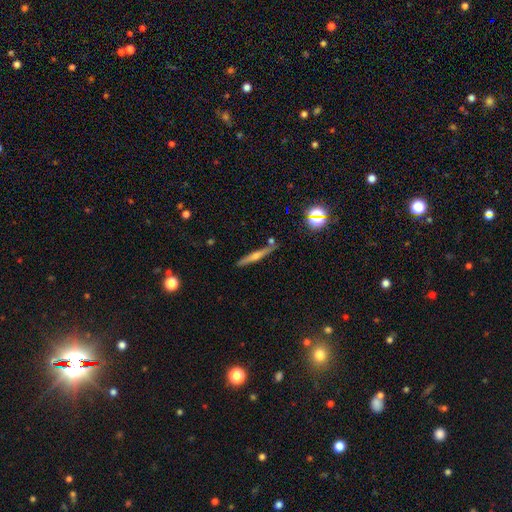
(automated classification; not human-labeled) Smooth or featured?
  - featured or disk: 64% *
  - smooth: 25%
  - star or artifact: 11%
Edge-on disk?
  - yes: 96% *
  - no: 4%
Edge-on bulge?
  - rounded: 82% *
  - none: 12%
  - boxy: 5%
Merging?
  - none: 84% *
  - minor disturbance: 10%
  - merger: 4%
  - major disturbance: 2%